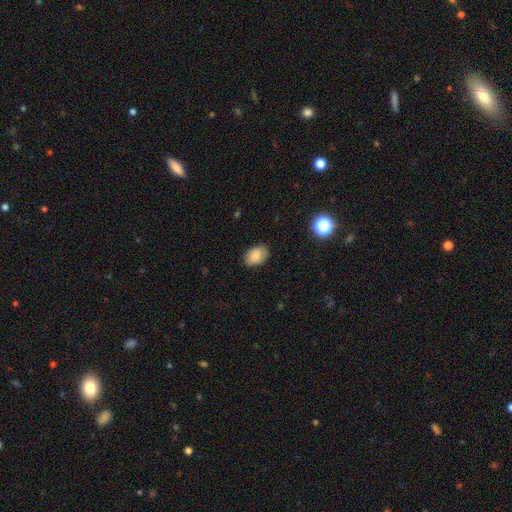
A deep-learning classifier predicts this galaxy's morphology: Smooth or featured? Predicted: smooth (p=0.83). How rounded? Predicted: in between (p=0.84). Merging? Predicted: none (p=0.84).